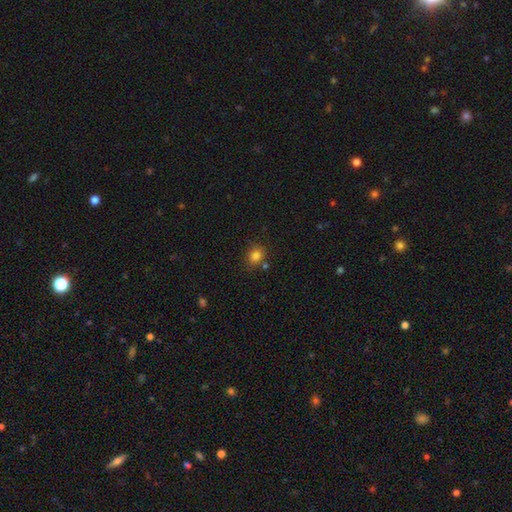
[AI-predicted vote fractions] This is clearly a smooth galaxy (82%). How rounded: likely round (72%). Merging: likely none (75%).